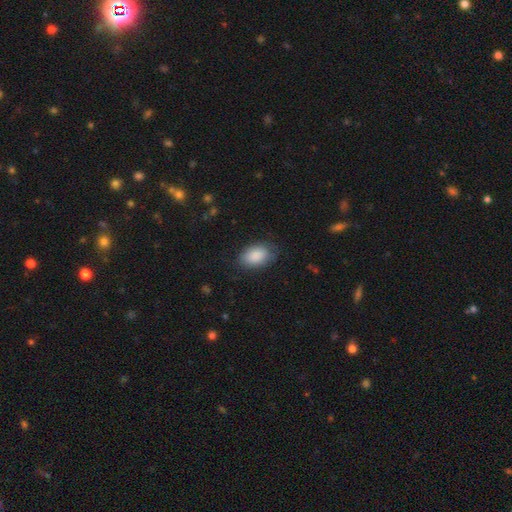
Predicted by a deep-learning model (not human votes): Smooth or featured? Predicted: smooth (p=0.88). How rounded? Predicted: in between (p=0.90). Merging? Predicted: none (p=0.77).